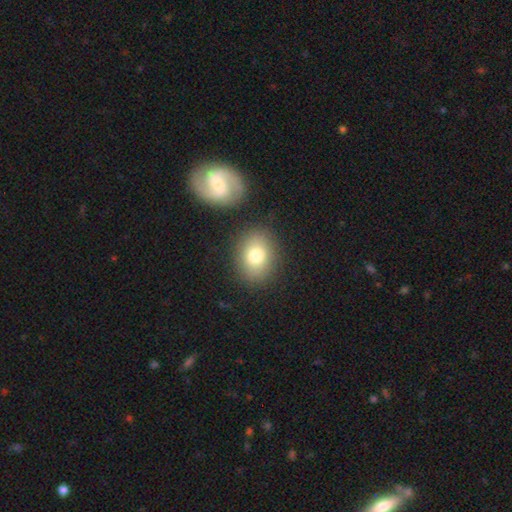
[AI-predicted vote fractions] Smooth or featured: smooth — 78% (featured or disk — 12%)
How rounded: in between — 55% (round — 44%)
Merging: none — 83% (minor disturbance — 10%)